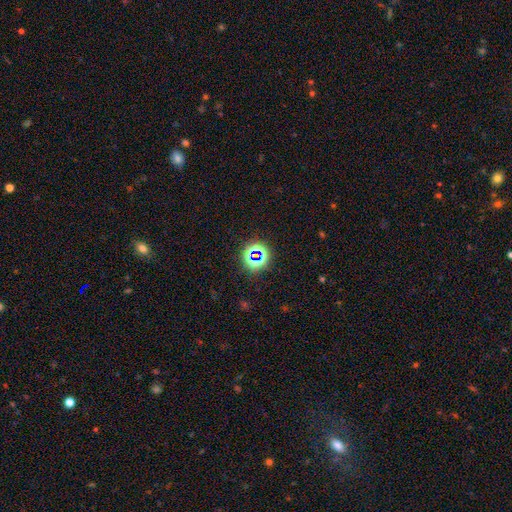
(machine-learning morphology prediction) type=star or artifact (68%).